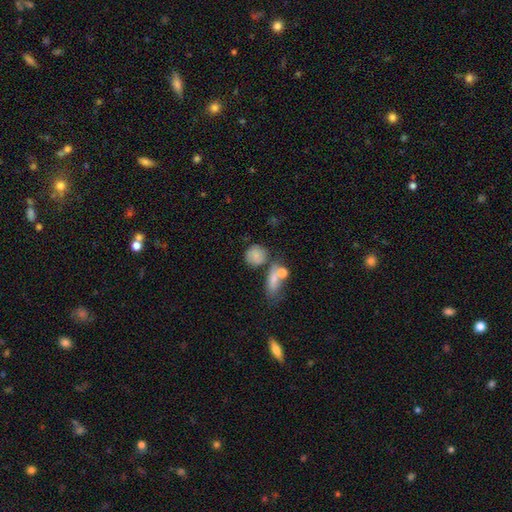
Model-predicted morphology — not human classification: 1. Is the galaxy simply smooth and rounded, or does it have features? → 79% smooth, 11% featured or disk, 10% star or artifact.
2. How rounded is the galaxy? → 76% round, 21% in between, 2% cigar-shaped.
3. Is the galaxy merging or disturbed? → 53% none, 24% merger, 16% minor disturbance, 7% major disturbance.